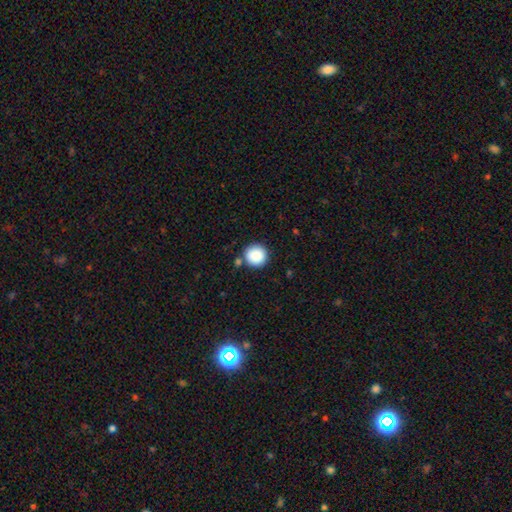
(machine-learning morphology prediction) Smooth or featured: smooth — 88% (star or artifact — 9%)
How rounded: round — 95% (in between — 4%)
Merging: none — 84% (minor disturbance — 8%)